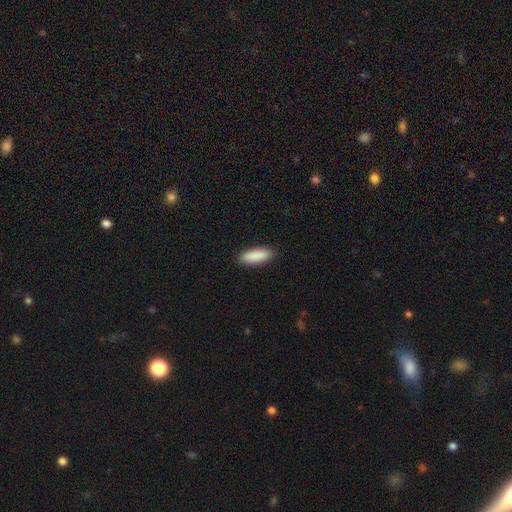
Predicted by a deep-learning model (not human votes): Smooth or featured: smooth — 90% (star or artifact — 6%)
How rounded: in between — 65% (cigar-shaped — 33%)
Merging: none — 89% (minor disturbance — 8%)